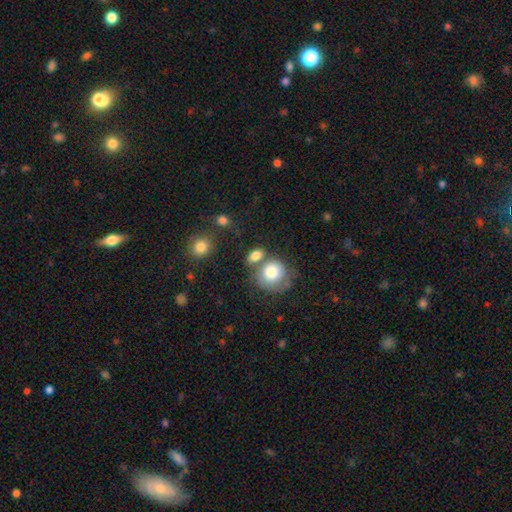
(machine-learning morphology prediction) This is clearly a smooth galaxy (81%). How rounded: possibly in between (57%). Merging: marginally none (42%).